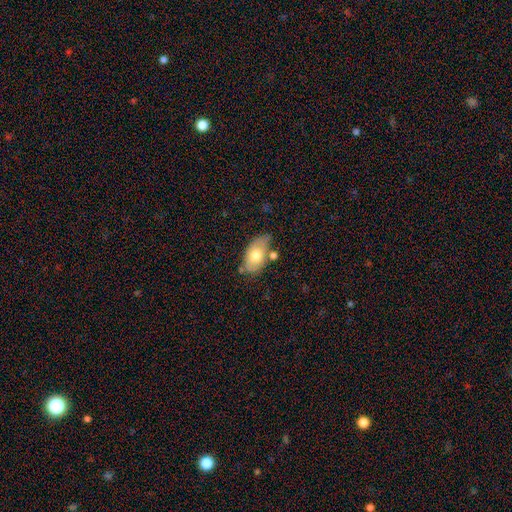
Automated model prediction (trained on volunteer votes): A smooth galaxy with no disk features (66%) that is in between round and cigar-shaped (92%).

Vote fractions:
- Smooth or featured? smooth: 66% / featured or disk: 28% / star or artifact: 6%
- How rounded? in between: 92% / round: 6% / cigar-shaped: 2%
- Merging? none: 54% / minor disturbance: 26% / merger: 13% / major disturbance: 7%